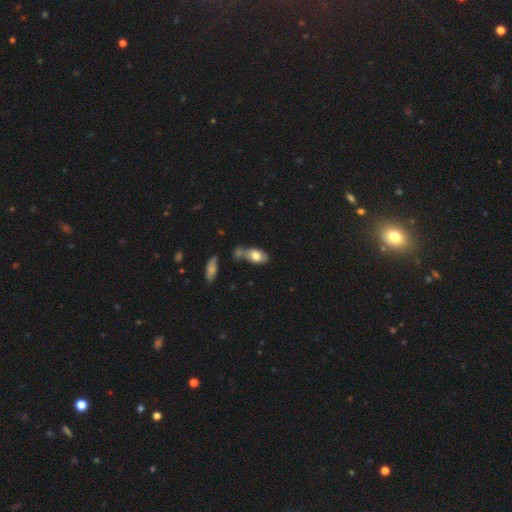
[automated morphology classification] Smooth or featured? Predicted: smooth (p=0.71). How rounded? Predicted: in between (p=0.88). Merging? Predicted: merger (p=0.35).